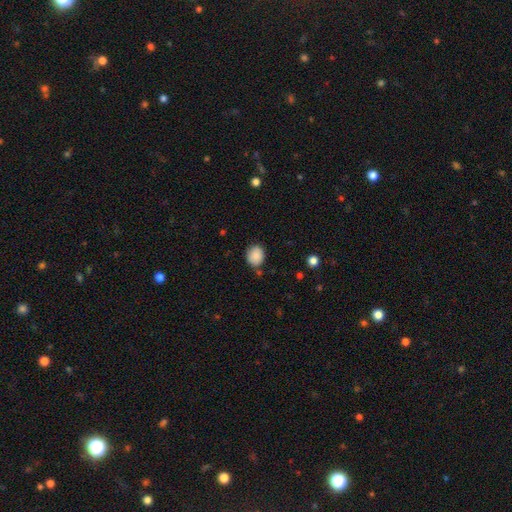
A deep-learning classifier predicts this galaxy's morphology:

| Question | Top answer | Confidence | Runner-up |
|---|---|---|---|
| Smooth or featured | smooth | 86% | star or artifact (8%) |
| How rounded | round | 67% | in between (32%) |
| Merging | none | 78% | minor disturbance (15%) |